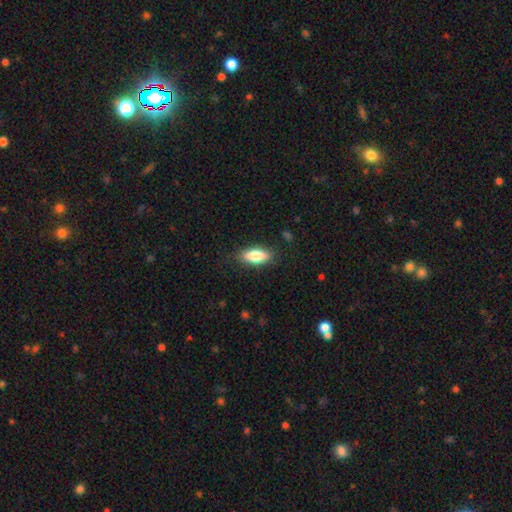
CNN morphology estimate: Overall: smooth (79%). How rounded: in between (79%). Merging: none (83%).